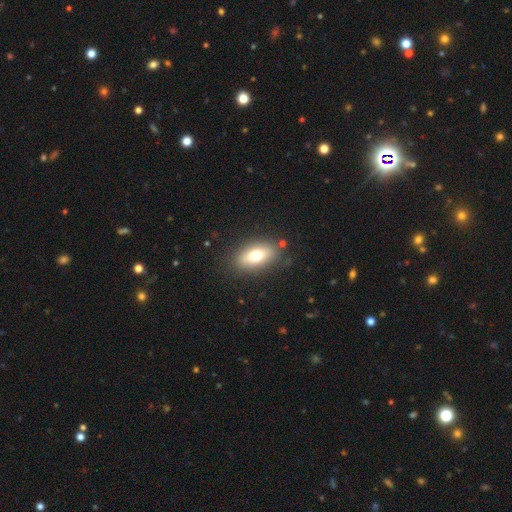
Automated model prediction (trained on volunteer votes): The model was most divided on "smooth or featured": smooth: 71%, featured or disk: 21%, star or artifact: 9%. More confident: how rounded — in between (86%); merging — none (84%).